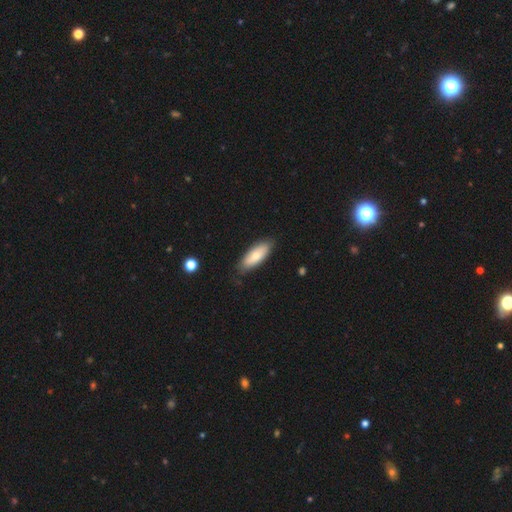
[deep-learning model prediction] This is likely a smooth galaxy (72%). How rounded: likely in between (74%). Merging: clearly none (82%).